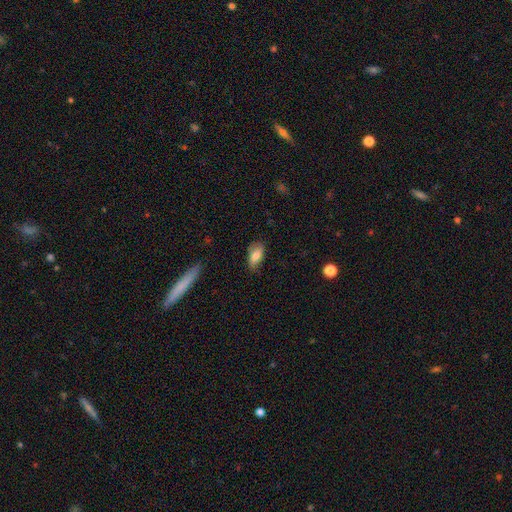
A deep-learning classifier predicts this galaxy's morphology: Smooth or featured? Predicted: smooth (p=0.80). How rounded? Predicted: in between (p=0.90). Merging? Predicted: none (p=0.73).